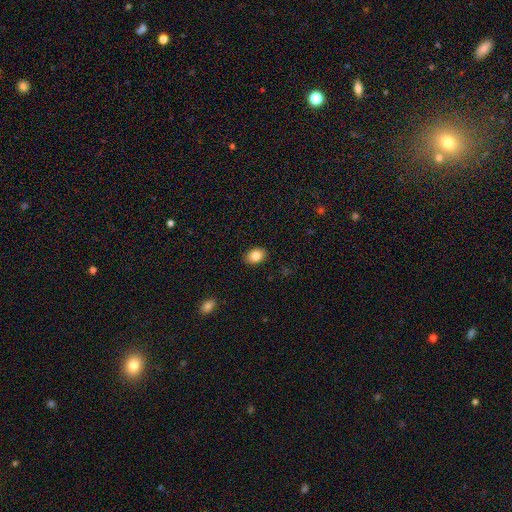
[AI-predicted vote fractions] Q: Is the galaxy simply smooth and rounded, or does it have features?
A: smooth — 84%.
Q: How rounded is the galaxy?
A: in between — 75%.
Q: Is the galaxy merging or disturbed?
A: none — 89%.